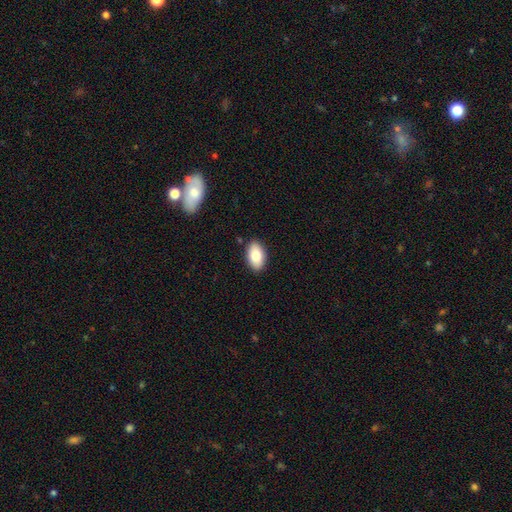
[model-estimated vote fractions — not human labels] Q: Smooth or featured?
A: smooth (81%); runner-up: featured or disk (12%)
Q: How rounded?
A: in between (93%); runner-up: round (5%)
Q: Merging?
A: none (88%); runner-up: minor disturbance (9%)